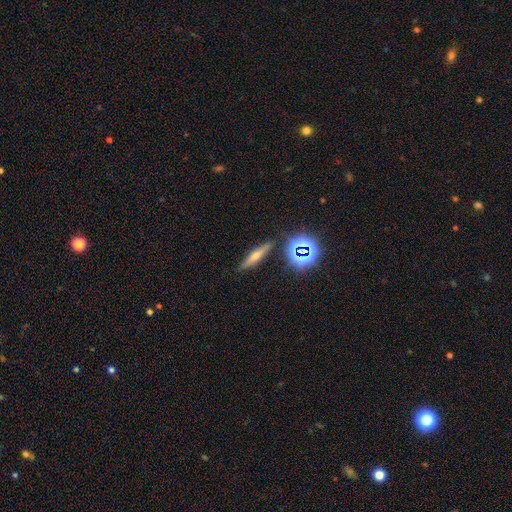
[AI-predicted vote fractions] This is marginally a featured or disk galaxy (41%). Merging: clearly none (87%).